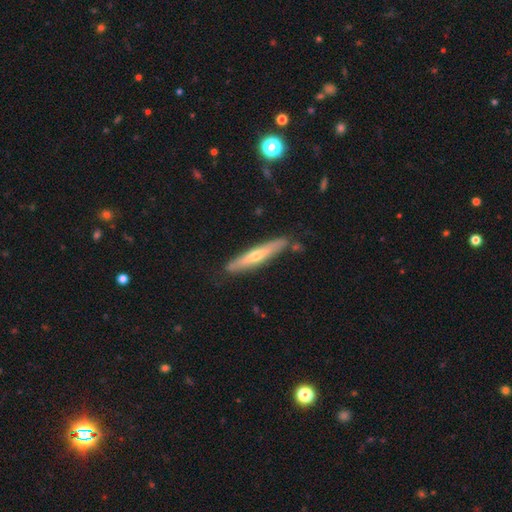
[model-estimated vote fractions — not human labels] The model was most divided on "smooth or featured": featured or disk: 52%, smooth: 42%, star or artifact: 6%. More confident: edge-on disk — yes (89%); merging — none (82%).